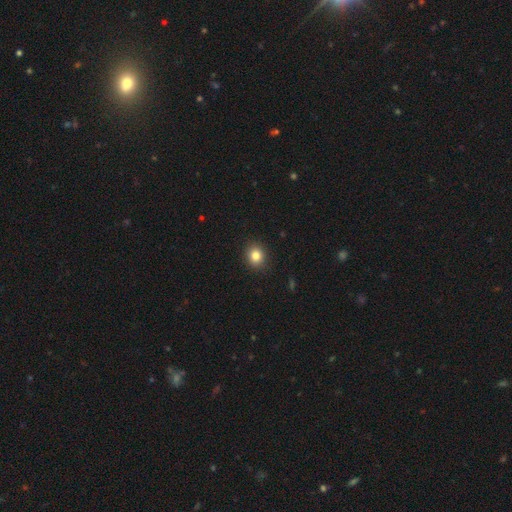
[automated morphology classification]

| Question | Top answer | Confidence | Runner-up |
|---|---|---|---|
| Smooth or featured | smooth | 83% | star or artifact (11%) |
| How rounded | round | 74% | in between (25%) |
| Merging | none | 91% | minor disturbance (6%) |